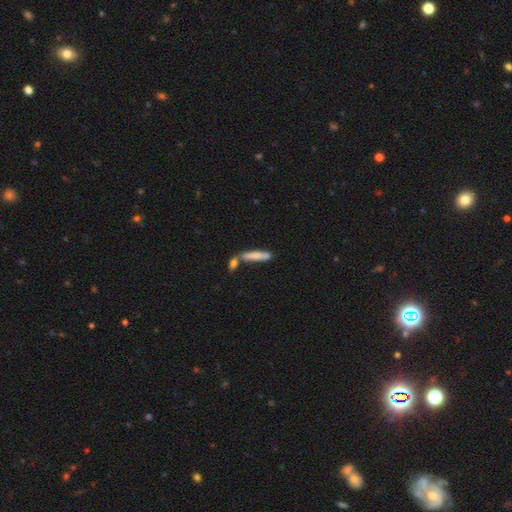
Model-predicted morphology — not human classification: smooth-or-featured: smooth: 74% | featured or disk: 19% | star or artifact: 6%
  how-rounded: cigar-shaped: 84% | in between: 14% | round: 2%
  merging: none: 54% | merger: 29% | minor disturbance: 13% | major disturbance: 4%